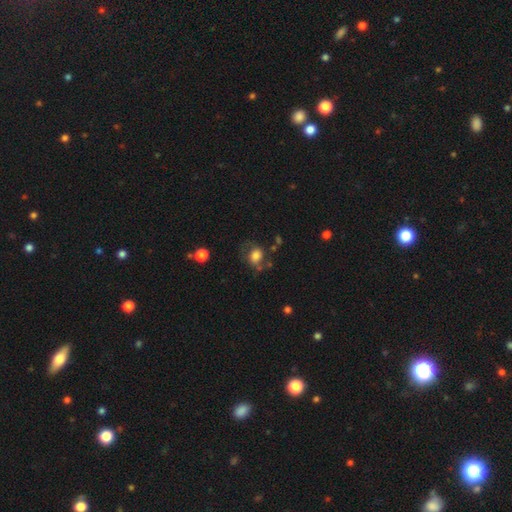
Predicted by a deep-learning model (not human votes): A smooth galaxy with no disk features (66%) that is round (56%).

Vote fractions:
- Smooth or featured? smooth: 66% / featured or disk: 24% / star or artifact: 10%
- How rounded? round: 56% / in between: 43% / cigar-shaped: 1%
- Merging? none: 54% / minor disturbance: 24% / major disturbance: 17% / merger: 6%